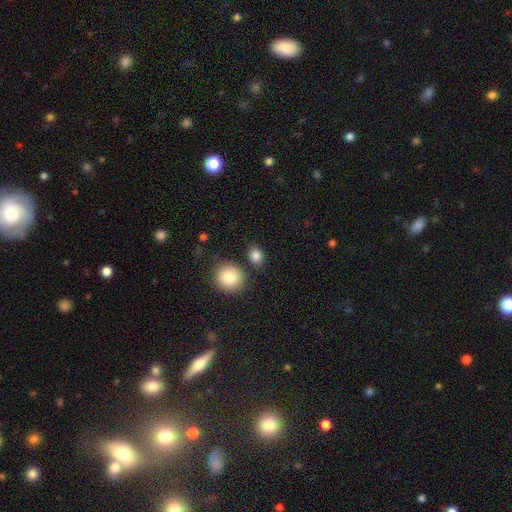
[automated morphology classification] type=smooth (86%); roundness=in between (62%); merging=none (76%).